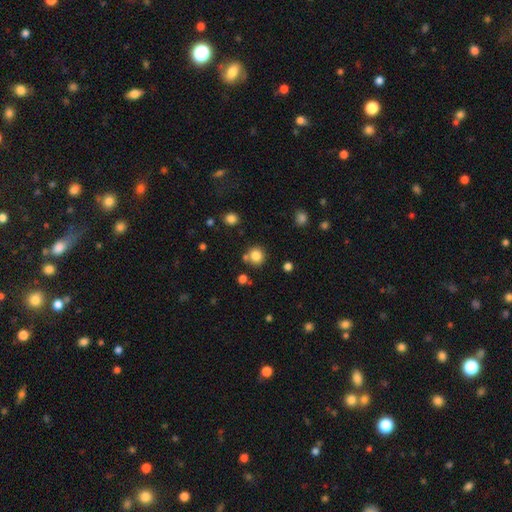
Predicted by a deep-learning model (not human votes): The model was most divided on "merging": none: 76%, merger: 12%, minor disturbance: 9%, major disturbance: 3%. More confident: how rounded — round (91%); smooth or featured — smooth (83%).